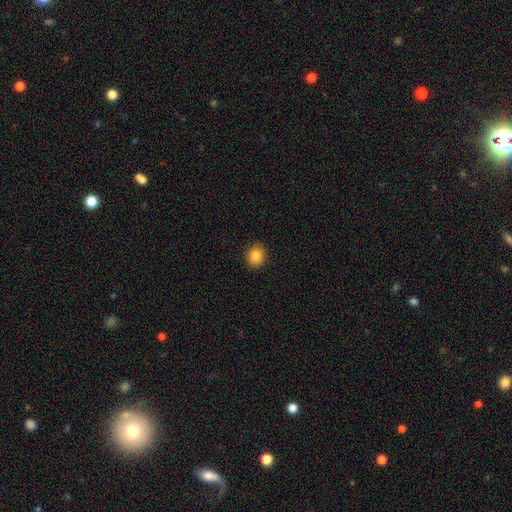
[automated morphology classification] A smooth galaxy with no disk features (85%) that is round (67%).

Vote fractions:
- Smooth or featured? smooth: 85% / star or artifact: 10% / featured or disk: 5%
- How rounded? round: 67% / in between: 32% / cigar-shaped: 1%
- Merging? none: 91% / minor disturbance: 7% / major disturbance: 2% / merger: 1%